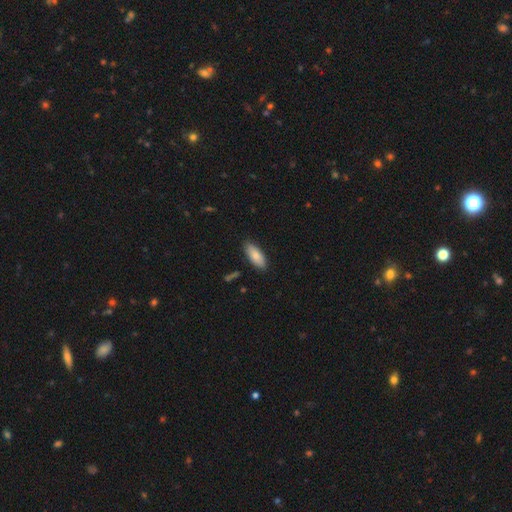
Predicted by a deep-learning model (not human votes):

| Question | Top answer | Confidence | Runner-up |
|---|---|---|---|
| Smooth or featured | smooth | 81% | featured or disk (13%) |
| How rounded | in between | 82% | cigar-shaped (16%) |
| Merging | none | 86% | minor disturbance (11%) |